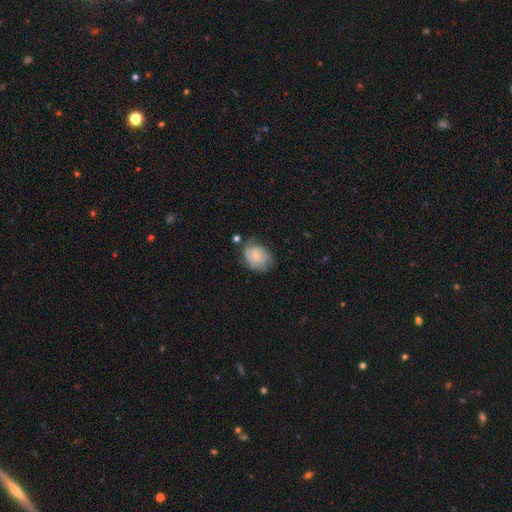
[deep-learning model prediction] Morphology: type=featured or disk (46%, tied with smooth); merging=none (52%).